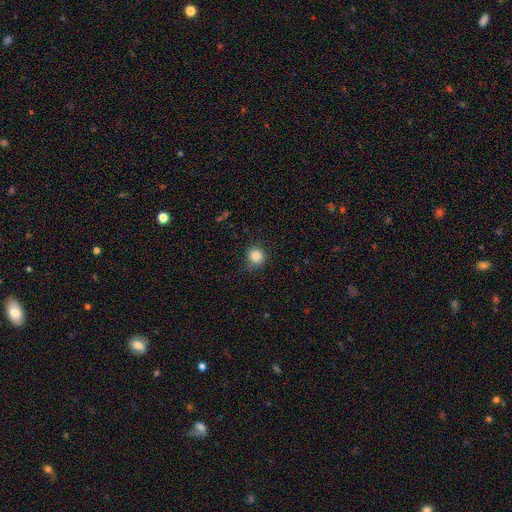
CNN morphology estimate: The model was most divided on "merging": none: 79%, minor disturbance: 16%, major disturbance: 4%, merger: 1%. More confident: how rounded — round (87%); smooth or featured — smooth (85%).